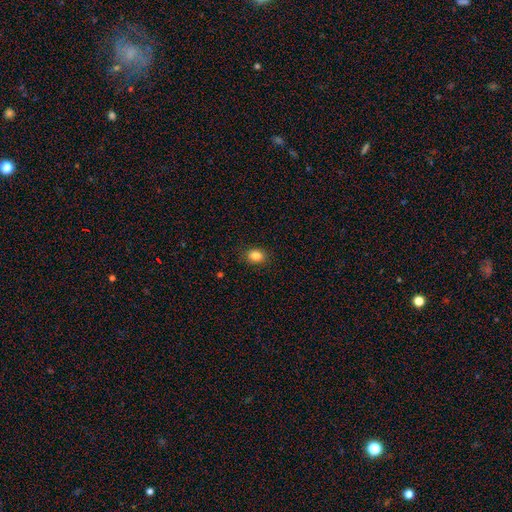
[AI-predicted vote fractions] smooth-or-featured: smooth: 85% | star or artifact: 10% | featured or disk: 5%
  how-rounded: in between: 63% | round: 36% | cigar-shaped: 1%
  merging: none: 87% | minor disturbance: 10% | major disturbance: 3% | merger: 1%